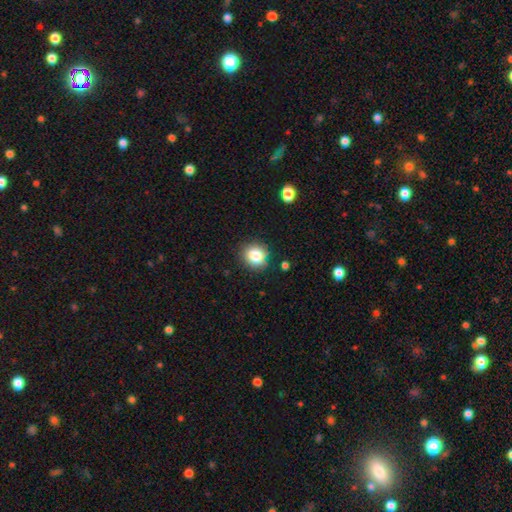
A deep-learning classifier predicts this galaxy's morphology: Smooth or featured?
  - smooth: 83% *
  - star or artifact: 11%
  - featured or disk: 6%
How rounded?
  - round: 83% *
  - in between: 16%
  - cigar-shaped: 1%
Merging?
  - none: 85% *
  - minor disturbance: 10%
  - major disturbance: 3%
  - merger: 2%